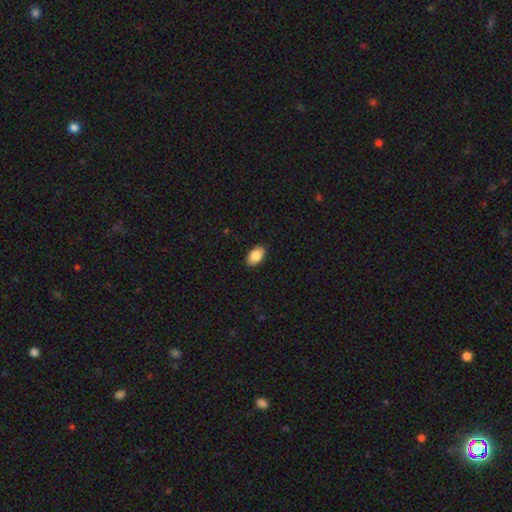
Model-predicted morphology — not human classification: smooth 87%, star or artifact 7%, featured or disk 7%. Down the decision tree: how rounded — in between (93%); merging — none (89%).